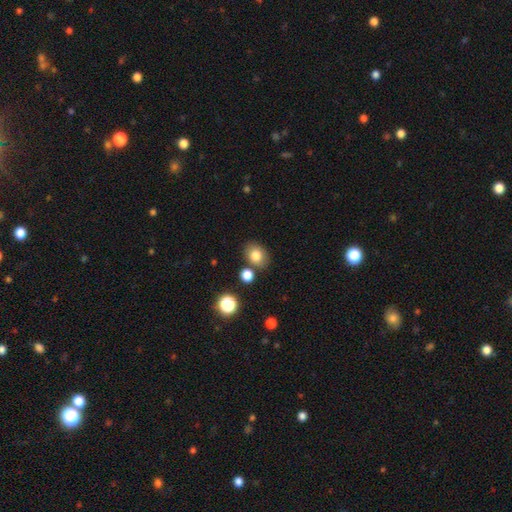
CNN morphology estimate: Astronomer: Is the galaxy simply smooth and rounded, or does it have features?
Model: smooth — 81%.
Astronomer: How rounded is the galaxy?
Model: in between — 59% (runner-up: round, 40%).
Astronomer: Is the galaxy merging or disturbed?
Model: none — 77%.